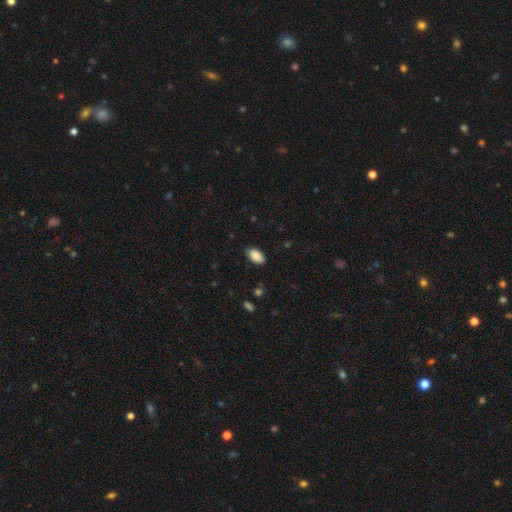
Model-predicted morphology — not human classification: Smooth or featured?
  - smooth: 88% *
  - star or artifact: 7%
  - featured or disk: 5%
How rounded?
  - in between: 94% *
  - round: 5%
  - cigar-shaped: 2%
Merging?
  - none: 85% *
  - minor disturbance: 12%
  - major disturbance: 2%
  - merger: 1%